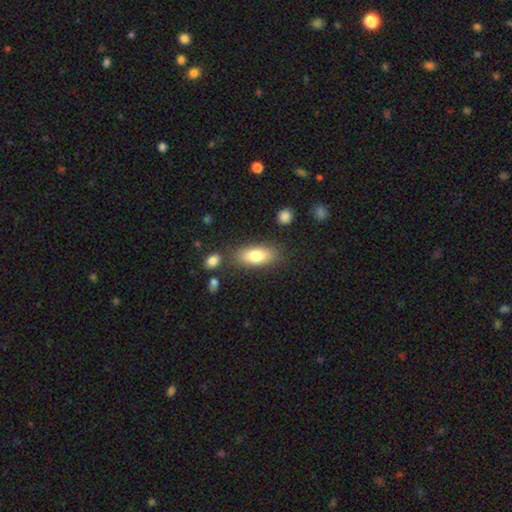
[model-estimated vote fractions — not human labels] A smooth galaxy with no disk features (79%) that is in between round and cigar-shaped (84%).

Vote fractions:
- Smooth or featured? smooth: 79% / featured or disk: 14% / star or artifact: 7%
- How rounded? in between: 84% / cigar-shaped: 12% / round: 3%
- Merging? none: 78% / minor disturbance: 13% / merger: 5% / major disturbance: 4%